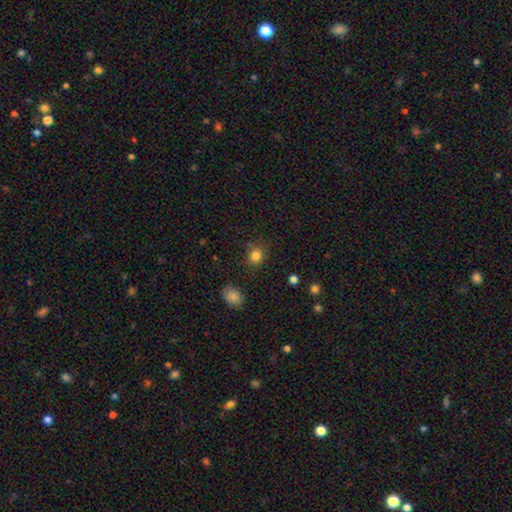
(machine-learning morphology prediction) type=smooth (82%); roundness=round (77%); merging=none (80%).